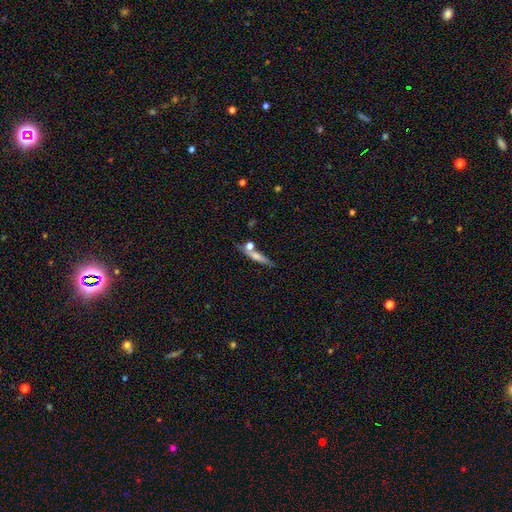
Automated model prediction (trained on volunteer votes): Overall: smooth (53%; featured or disk 38%). How rounded: cigar-shaped (81%). Merging: none (64%).